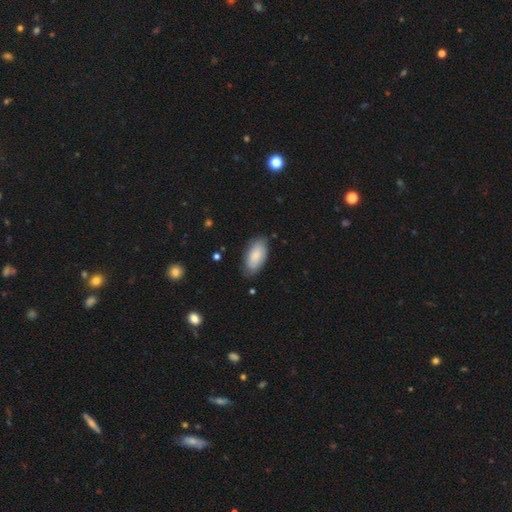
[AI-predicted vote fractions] Q: Smooth or featured?
A: smooth (82%); runner-up: featured or disk (12%)
Q: How rounded?
A: in between (94%); runner-up: cigar-shaped (4%)
Q: Merging?
A: none (76%); runner-up: minor disturbance (19%)